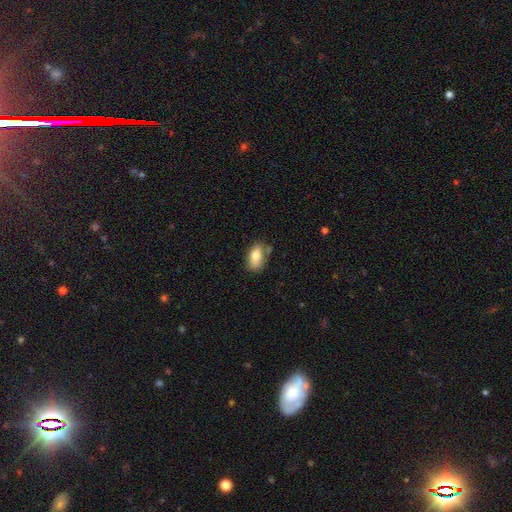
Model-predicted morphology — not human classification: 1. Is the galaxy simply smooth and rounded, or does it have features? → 77% smooth, 15% featured or disk, 8% star or artifact.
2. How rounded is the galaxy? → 89% in between, 7% round, 4% cigar-shaped.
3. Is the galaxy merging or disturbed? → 62% none, 24% minor disturbance, 8% merger, 6% major disturbance.